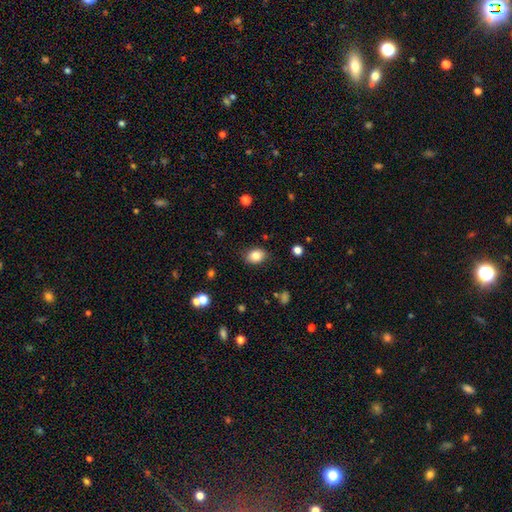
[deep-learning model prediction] Q: Smooth or featured?
A: smooth (83%); runner-up: star or artifact (9%)
Q: How rounded?
A: in between (70%); runner-up: round (29%)
Q: Merging?
A: none (84%); runner-up: minor disturbance (12%)